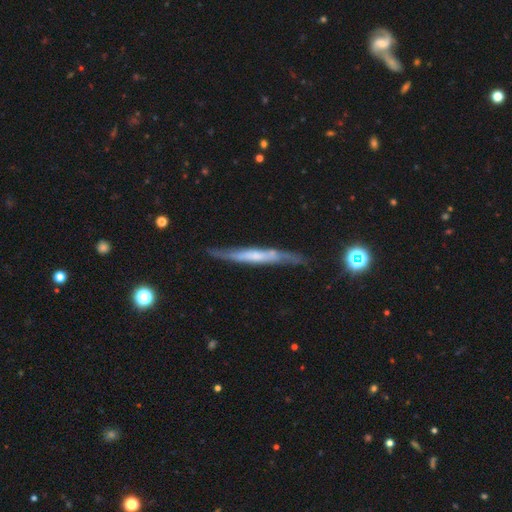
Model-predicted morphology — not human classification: This is likely a featured or disk galaxy (61%). It is clearly viewed edge-on (86%). Edge-on bulge: possibly none (57%). Merging: likely none (74%).